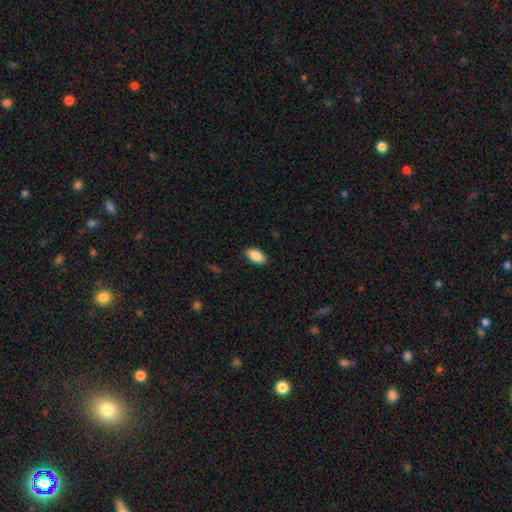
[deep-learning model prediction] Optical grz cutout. It shows a smooth galaxy with no disk features (88%) that is in between round and cigar-shaped (93%). Merging: none (88%).